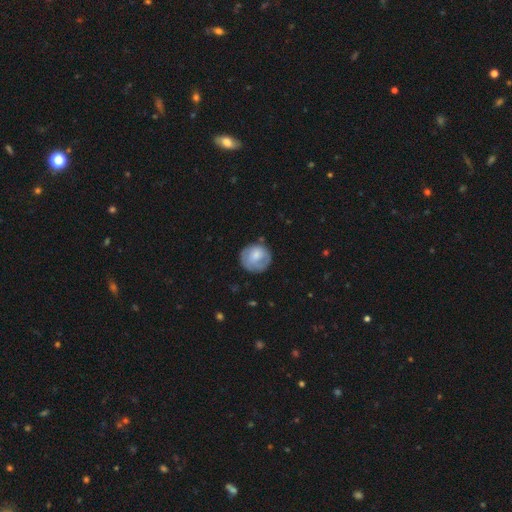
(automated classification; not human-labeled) Morphology: type=smooth (60%); roundness=round (87%); merging=none (73%).